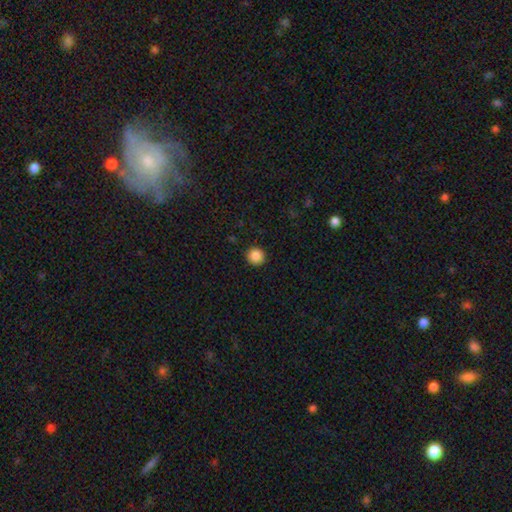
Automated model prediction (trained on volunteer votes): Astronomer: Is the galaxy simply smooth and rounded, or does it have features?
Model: smooth — 87%.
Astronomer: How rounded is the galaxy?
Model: round — 94%.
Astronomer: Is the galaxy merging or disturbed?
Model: none — 92%.